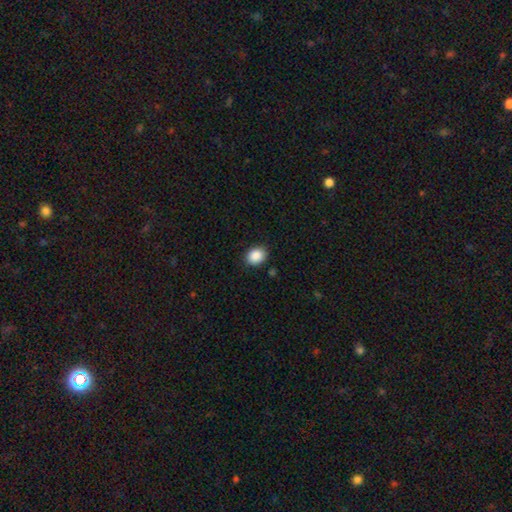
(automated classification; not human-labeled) Smooth or featured? smooth (89%)
How rounded? round (55%)
Merging? none (86%)